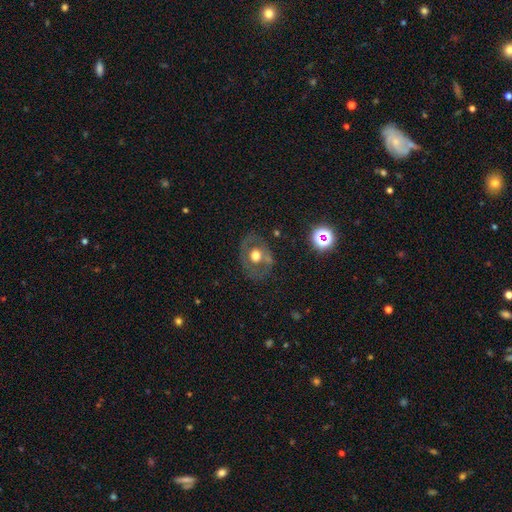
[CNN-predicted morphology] smooth_or_featured: featured or disk (p=0.47) [alt: smooth p=0.41]
merging: none (p=0.71) [alt: minor disturbance p=0.16]